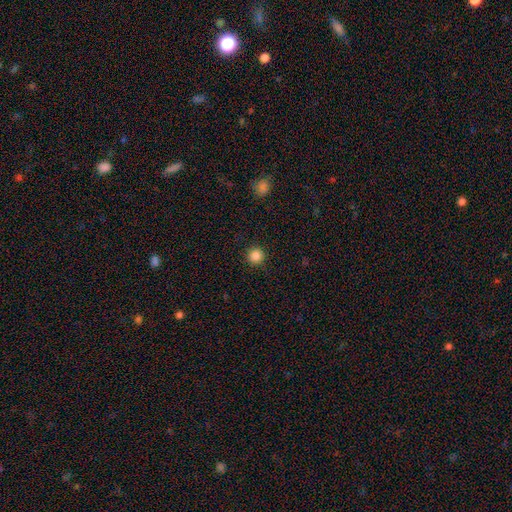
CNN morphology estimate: A smooth galaxy with no disk features (86%) that is round (96%). Merging: none (93%).